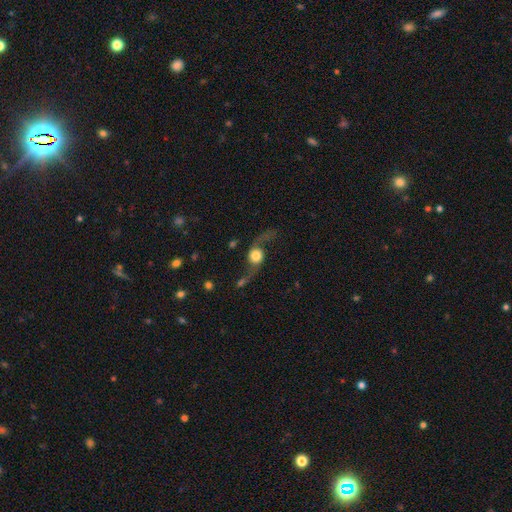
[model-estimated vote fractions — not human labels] This is likely a featured or disk galaxy (73%). It is clearly not viewed edge-on (86%). Bar: likely no (75%). Spiral arm pattern: clearly yes (89%). Spiral arm count: clearly 2 (93%). Spiral winding: clearly loose (93%). Central bulge: possibly large (46%). Merging: possibly none (55%).